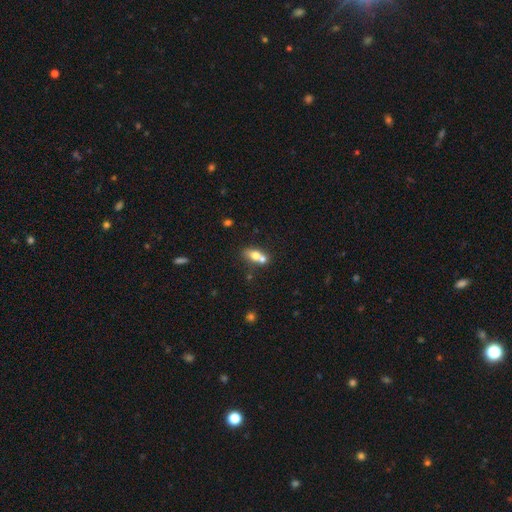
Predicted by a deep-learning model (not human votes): Smooth or featured: smooth — 70% (featured or disk — 21%)
How rounded: in between — 71% (round — 22%)
Merging: merger — 55% (none — 33%)